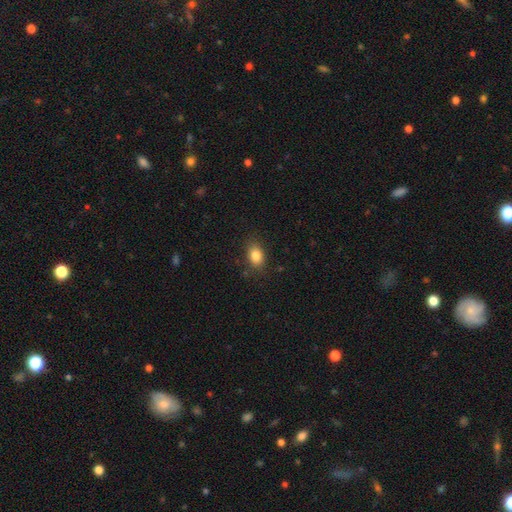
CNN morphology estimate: A smooth galaxy with no disk features (84%) that is in between round and cigar-shaped (78%). Merging: none (84%).